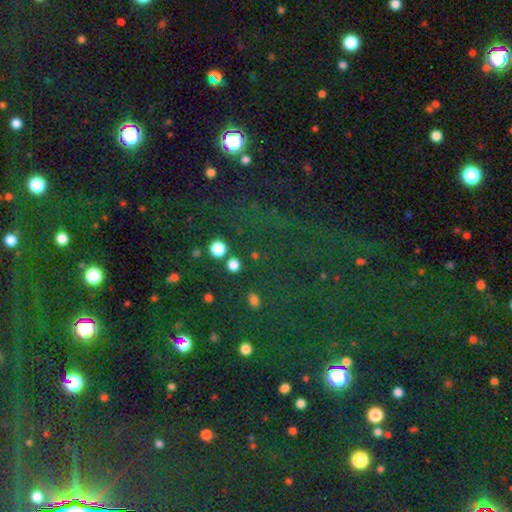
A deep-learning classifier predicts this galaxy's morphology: This is possibly a star or artifact rather than a galaxy (47%).